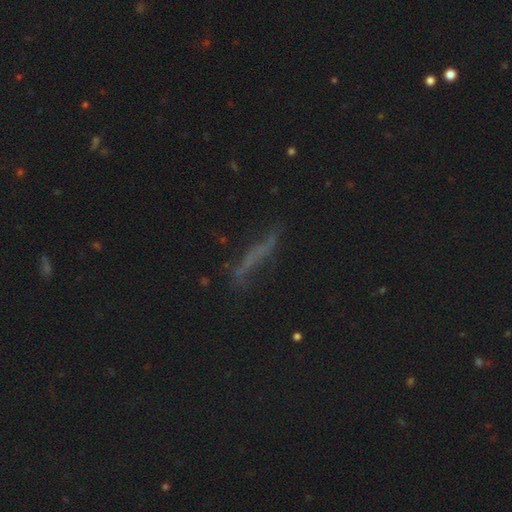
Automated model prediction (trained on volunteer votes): Smooth or featured?
  - featured or disk: 38% *
  - smooth: 37%
  - star or artifact: 25%
Merging?
  - none: 60% *
  - minor disturbance: 22%
  - major disturbance: 14%
  - merger: 4%